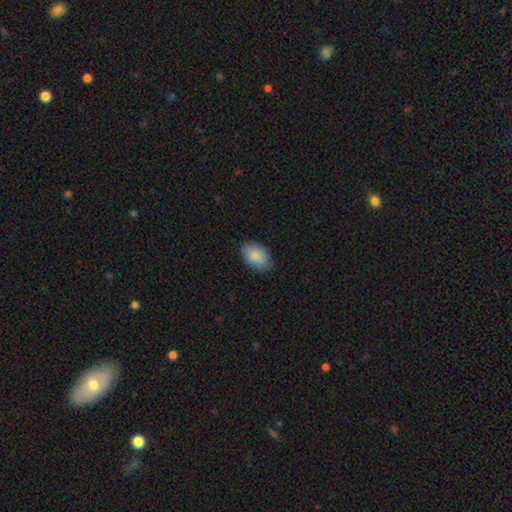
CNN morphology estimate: Smooth or featured?
  - smooth: 88% *
  - star or artifact: 6%
  - featured or disk: 6%
How rounded?
  - in between: 86% *
  - round: 13%
  - cigar-shaped: 1%
Merging?
  - none: 83% *
  - minor disturbance: 13%
  - major disturbance: 2%
  - merger: 1%